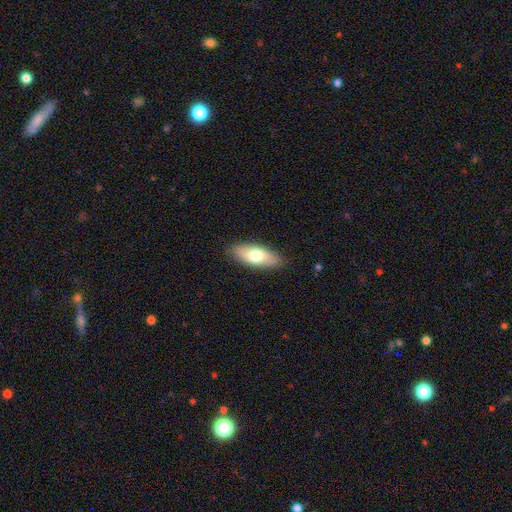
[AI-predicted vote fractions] smooth-or-featured: smooth: 71% | featured or disk: 24% | star or artifact: 6%
  how-rounded: in between: 77% | cigar-shaped: 21% | round: 2%
  merging: none: 87% | minor disturbance: 10% | major disturbance: 2% | merger: 1%